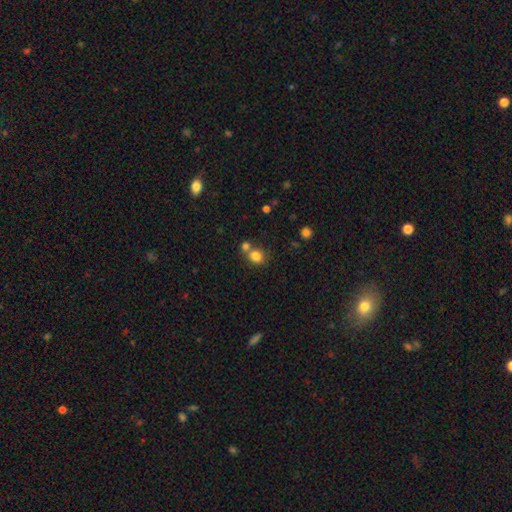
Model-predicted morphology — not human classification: type=smooth (82%); roundness=round (74%); merging=none (53%).